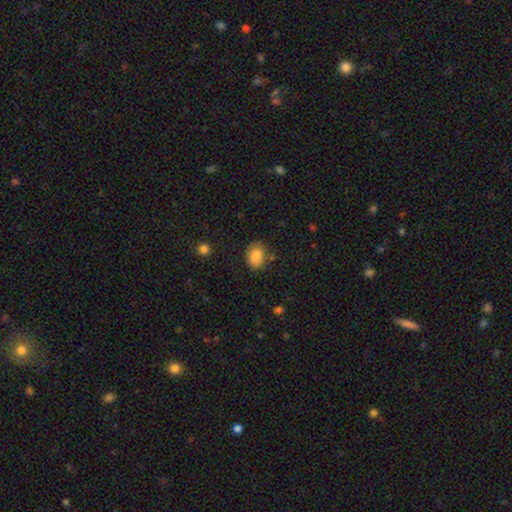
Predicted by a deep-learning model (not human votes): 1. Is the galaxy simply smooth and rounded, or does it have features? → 83% smooth, 8% star or artifact, 8% featured or disk.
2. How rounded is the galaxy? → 71% in between, 28% round, 1% cigar-shaped.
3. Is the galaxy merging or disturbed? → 66% none, 23% minor disturbance, 7% major disturbance, 4% merger.